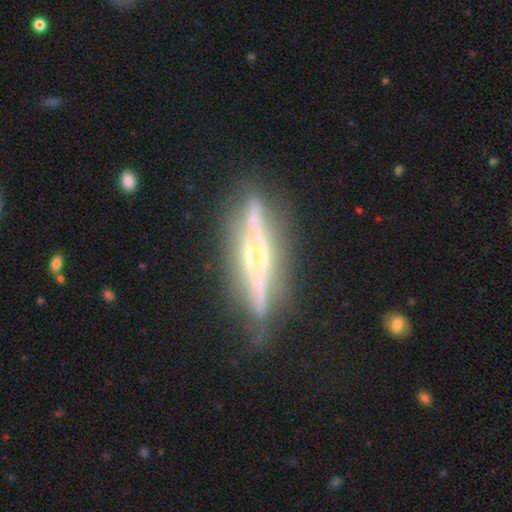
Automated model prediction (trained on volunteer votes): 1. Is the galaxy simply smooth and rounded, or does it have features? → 85% featured or disk, 10% smooth, 5% star or artifact.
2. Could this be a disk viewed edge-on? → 92% yes, 8% no.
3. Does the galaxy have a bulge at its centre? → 86% rounded, 7% boxy, 7% none.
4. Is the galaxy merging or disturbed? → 80% none, 14% minor disturbance, 4% major disturbance, 2% merger.